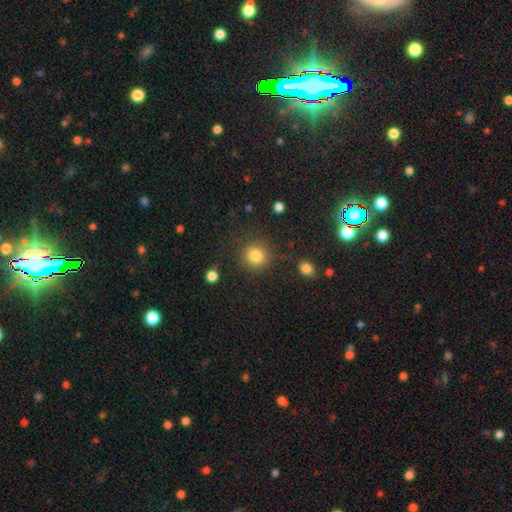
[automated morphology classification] type=smooth (84%); roundness=round (91%); merging=none (85%).